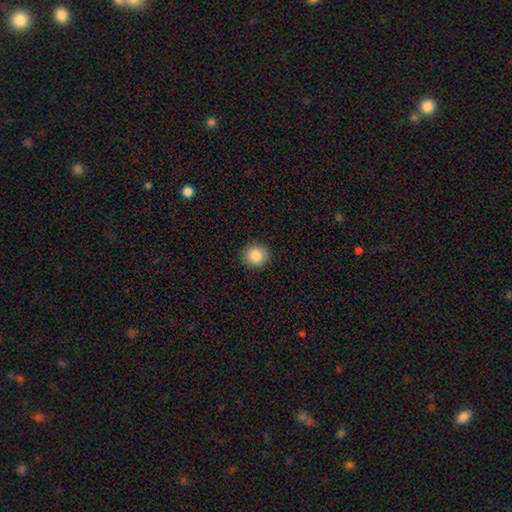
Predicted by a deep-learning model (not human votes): The model was most divided on "smooth or featured": smooth: 86%, star or artifact: 9%, featured or disk: 5%. More confident: merging — none (91%); how rounded — round (89%).